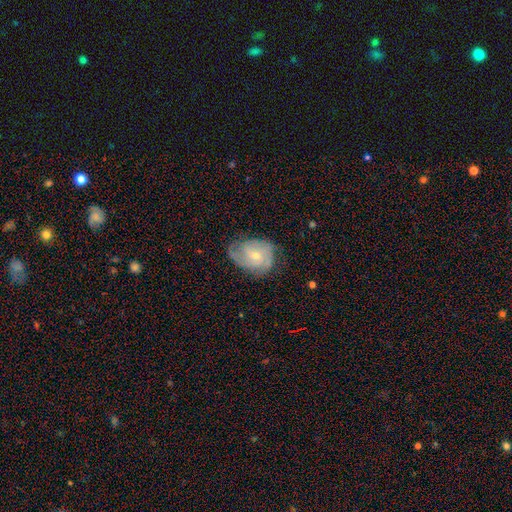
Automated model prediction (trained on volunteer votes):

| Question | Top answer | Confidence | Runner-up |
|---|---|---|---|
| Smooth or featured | featured or disk | 69% | smooth (24%) |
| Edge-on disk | no | 97% | yes (3%) |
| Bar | no | 66% | weak (29%) |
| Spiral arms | yes | 90% | no (10%) |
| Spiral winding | tight | 47% | medium (39%) |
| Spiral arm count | can't tell | 31% | tied: 2 (31%) |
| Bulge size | small | 59% | moderate (38%) |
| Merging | none | 59% | minor disturbance (28%) |